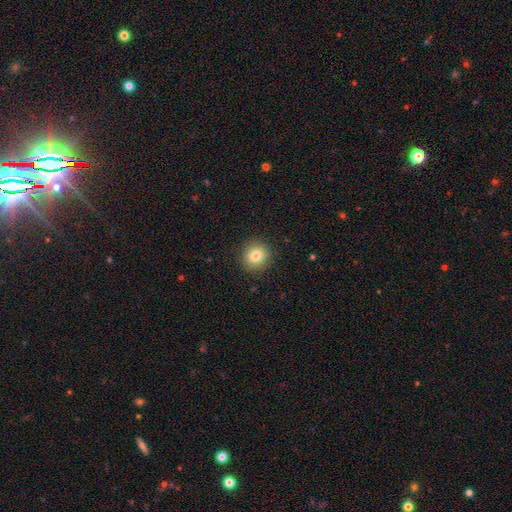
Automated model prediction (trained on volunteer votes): Smooth or featured? Predicted: smooth (p=0.81). How rounded? Predicted: round (p=0.84). Merging? Predicted: none (p=0.90).